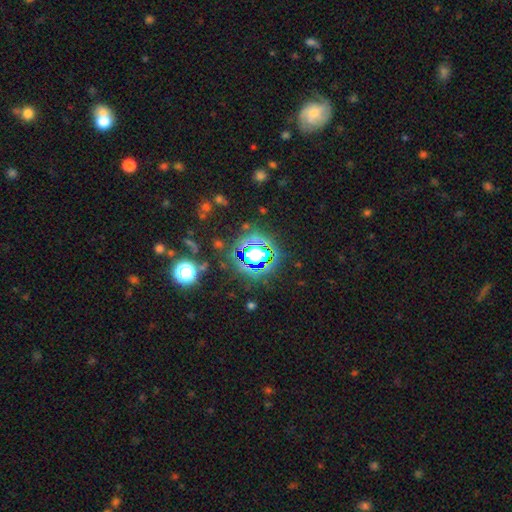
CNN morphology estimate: The model was most divided on "smooth or featured": star or artifact: 63%, smooth: 24%, featured or disk: 13%.